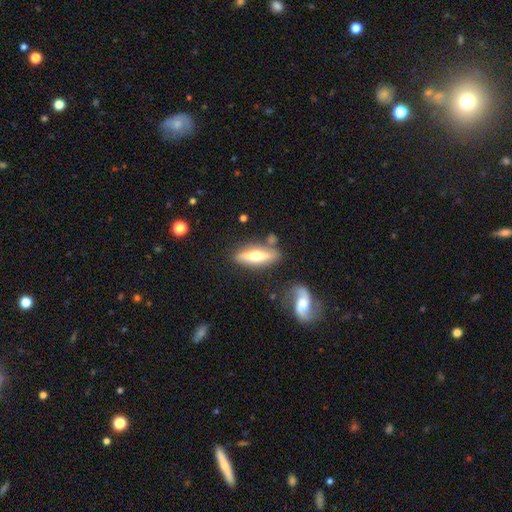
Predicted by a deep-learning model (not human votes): Overall: featured or disk (51%; smooth 43%). Edge-on disk: yes (81%). Merging: none (74%).